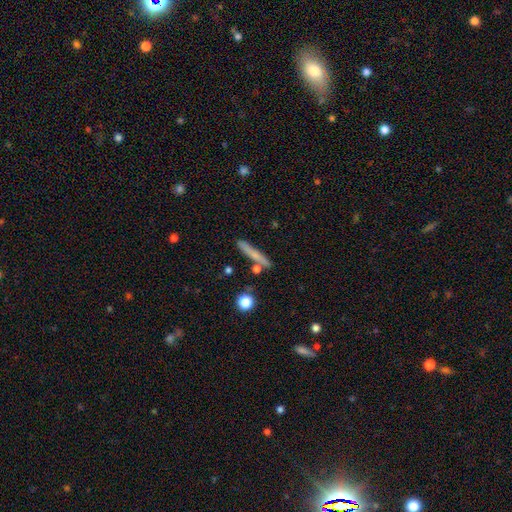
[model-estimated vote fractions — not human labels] smooth-or-featured: smooth: 65% | featured or disk: 27% | star or artifact: 8%
  how-rounded: cigar-shaped: 91% | in between: 6% | round: 4%
  merging: none: 77% | minor disturbance: 11% | merger: 9% | major disturbance: 3%